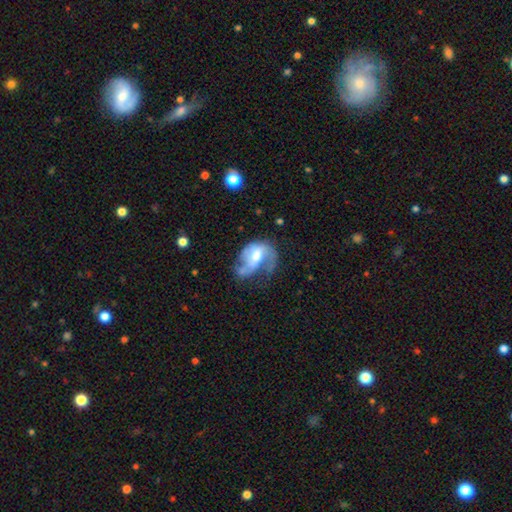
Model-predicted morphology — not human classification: Smooth or featured? Predicted: featured or disk (p=0.62). Edge-on disk? Predicted: no (p=0.97). Bar? Predicted: no (p=0.48). Spiral arms? Predicted: yes (p=0.64). Bulge size? Predicted: moderate (p=0.57). Merging? Predicted: major disturbance (p=0.44).